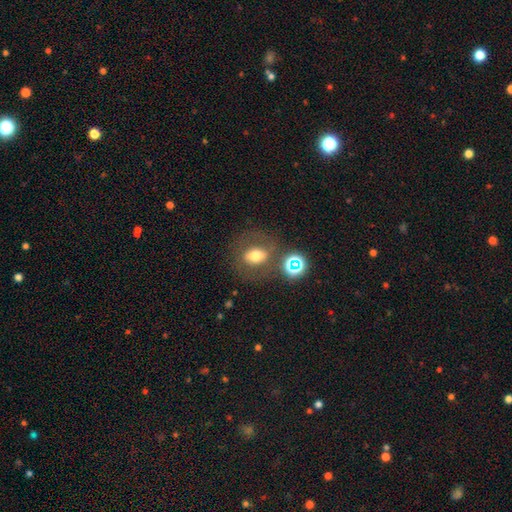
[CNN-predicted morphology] smooth-or-featured: smooth: 59% | featured or disk: 26% | star or artifact: 14%
  how-rounded: in between: 51% | round: 47% | cigar-shaped: 2%
  merging: none: 67% | minor disturbance: 14% | merger: 10% | major disturbance: 10%